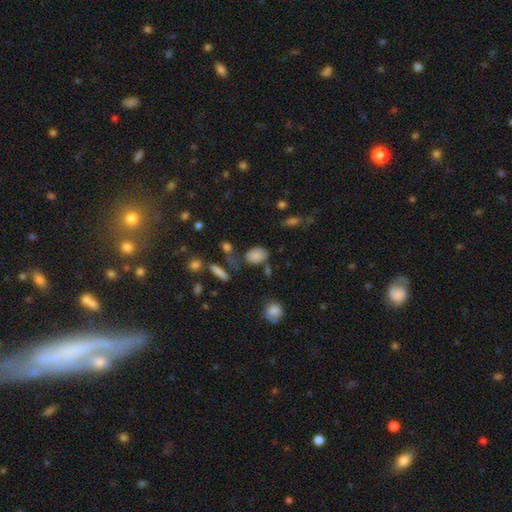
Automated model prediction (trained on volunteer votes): This appears to be a smooth galaxy with no disk features (80%) that is in between round and cigar-shaped (79%). Merging: none (60%).